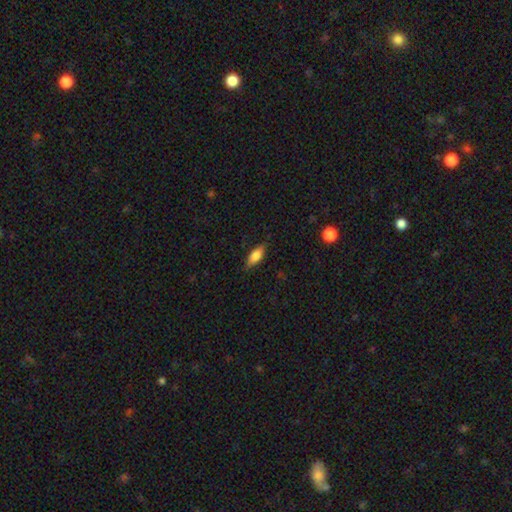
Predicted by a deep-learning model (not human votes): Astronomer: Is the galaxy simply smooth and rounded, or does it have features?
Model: smooth — 77%.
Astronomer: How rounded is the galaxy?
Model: in between — 74%.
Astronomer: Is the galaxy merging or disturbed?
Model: none — 82%.